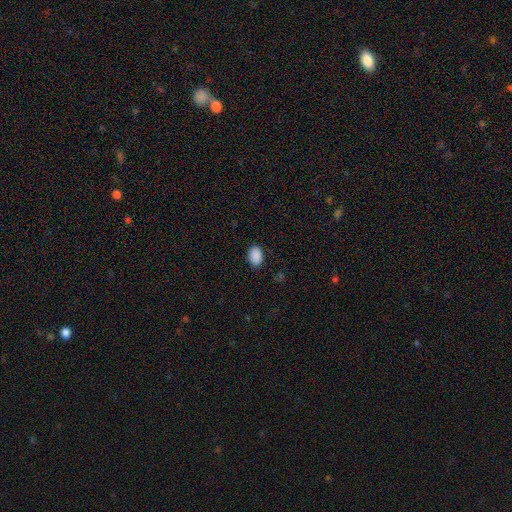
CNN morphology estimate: type=smooth (90%); roundness=in between (88%); merging=none (86%).